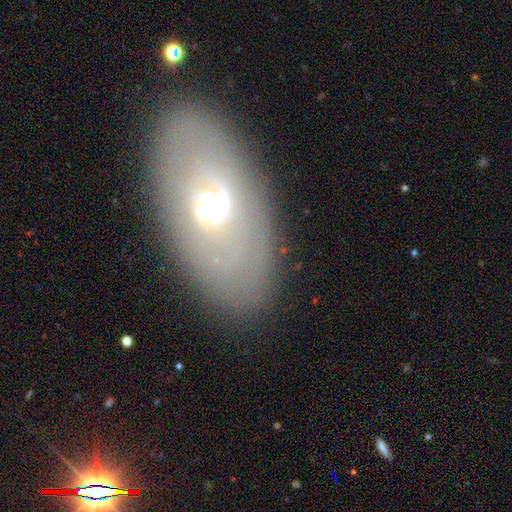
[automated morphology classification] A featured or disk galaxy (55%). Merging: none (84%).